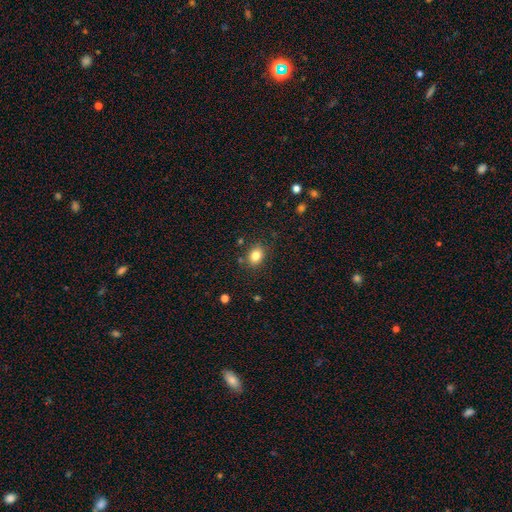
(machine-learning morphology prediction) A smooth galaxy with no disk features (82%) that is in between round and cigar-shaped (61%). Merging: none (83%).